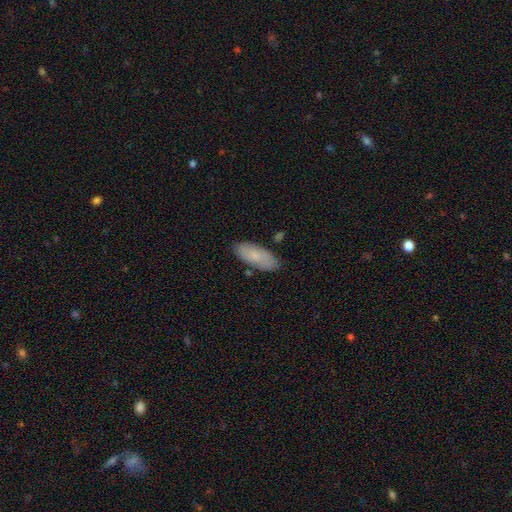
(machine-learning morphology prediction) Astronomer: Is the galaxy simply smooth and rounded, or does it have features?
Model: smooth — 77%.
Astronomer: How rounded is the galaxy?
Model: in between — 80%.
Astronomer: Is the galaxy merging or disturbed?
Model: none — 81%.